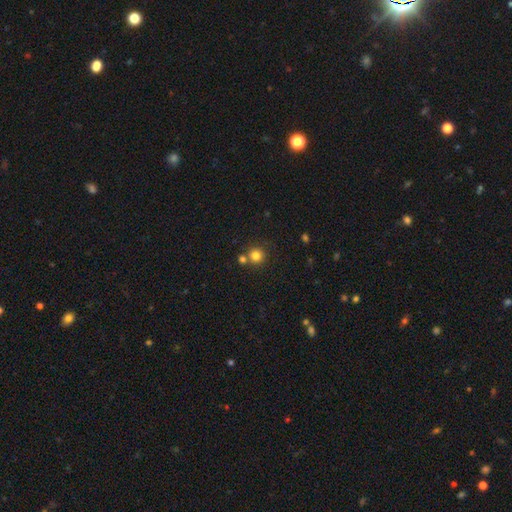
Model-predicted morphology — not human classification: smooth_or_featured: smooth (p=0.81) [alt: star or artifact p=0.13]
how_rounded: round (p=0.93) [alt: in between p=0.06]
merging: none (p=0.70) [alt: merger p=0.20]